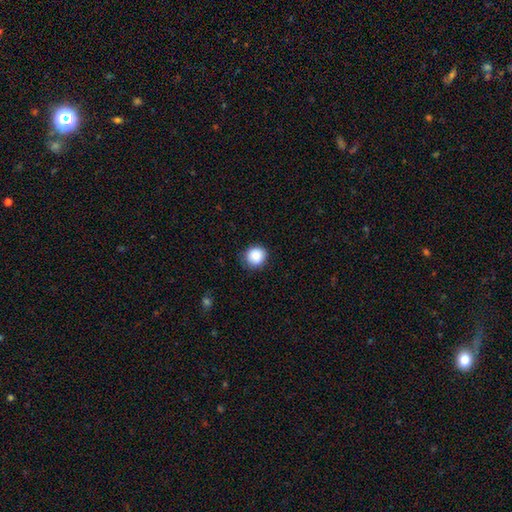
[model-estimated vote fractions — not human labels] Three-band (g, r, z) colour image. It shows a smooth galaxy with no disk features (88%) that is round (90%). Merging: none (85%).